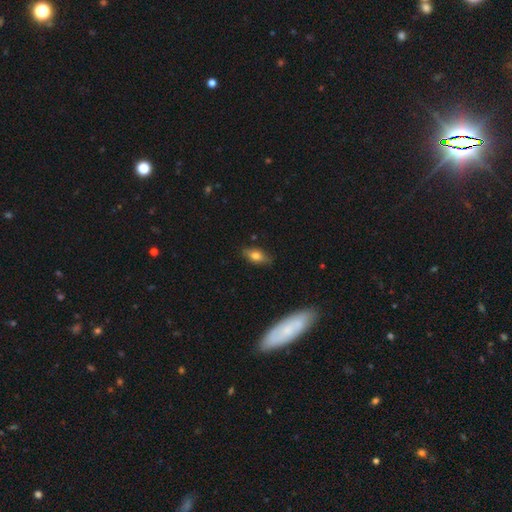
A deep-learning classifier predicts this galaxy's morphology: Q: Smooth or featured?
A: smooth (70%); runner-up: featured or disk (22%)
Q: How rounded?
A: in between (79%); runner-up: cigar-shaped (16%)
Q: Merging?
A: none (82%); runner-up: minor disturbance (14%)